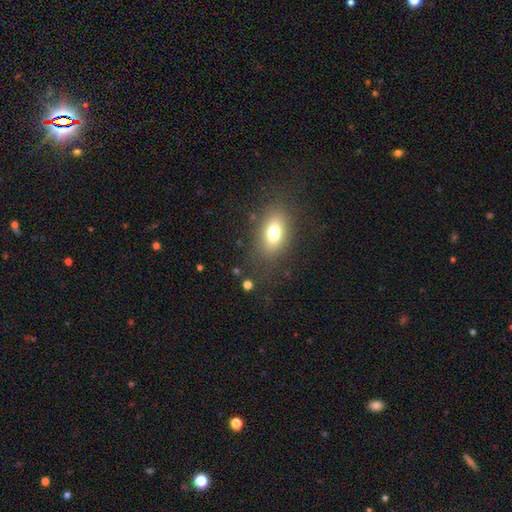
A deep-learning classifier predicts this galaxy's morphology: type=smooth (64%); roundness=in between (80%); merging=none (84%).